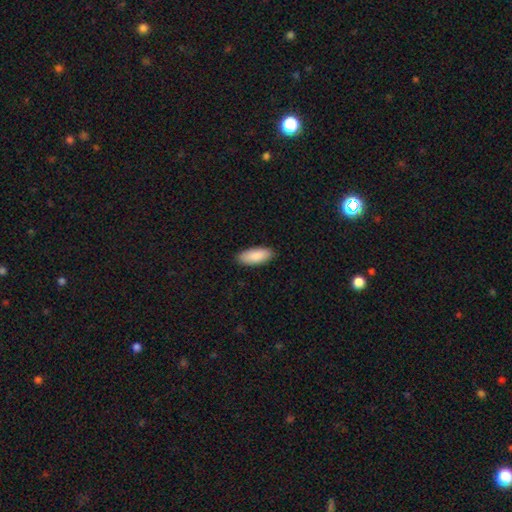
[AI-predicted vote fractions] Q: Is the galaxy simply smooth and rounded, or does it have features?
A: smooth — 90%.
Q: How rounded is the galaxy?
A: in between — 84%.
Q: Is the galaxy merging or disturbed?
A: none — 90%.